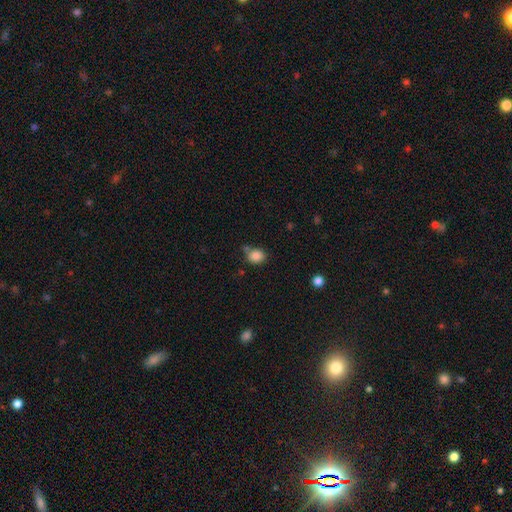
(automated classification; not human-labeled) A smooth galaxy with no disk features (86%) that is round (63%).

Vote fractions:
- Smooth or featured? smooth: 86% / star or artifact: 10% / featured or disk: 5%
- How rounded? round: 63% / in between: 36% / cigar-shaped: 1%
- Merging? none: 69% / minor disturbance: 16% / merger: 11% / major disturbance: 4%